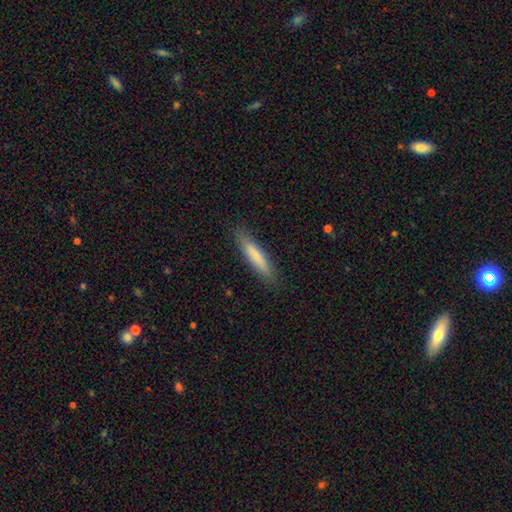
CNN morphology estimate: Smooth or featured: smooth — 78% (featured or disk — 16%)
How rounded: cigar-shaped — 88% (in between — 11%)
Merging: none — 87% (minor disturbance — 10%)